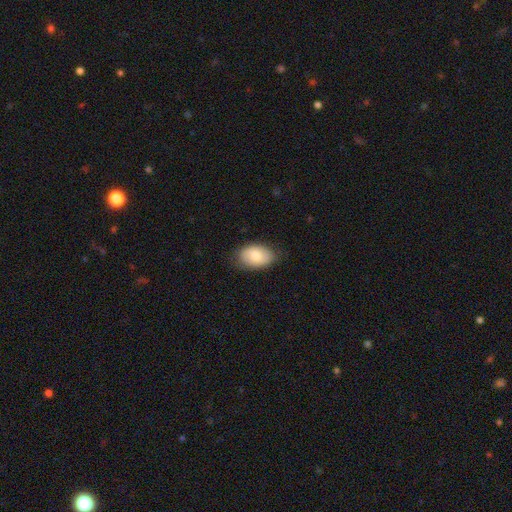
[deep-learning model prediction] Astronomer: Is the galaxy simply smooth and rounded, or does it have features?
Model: smooth — 76%.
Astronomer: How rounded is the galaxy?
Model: in between — 89%.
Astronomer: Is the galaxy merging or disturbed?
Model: none — 80%.